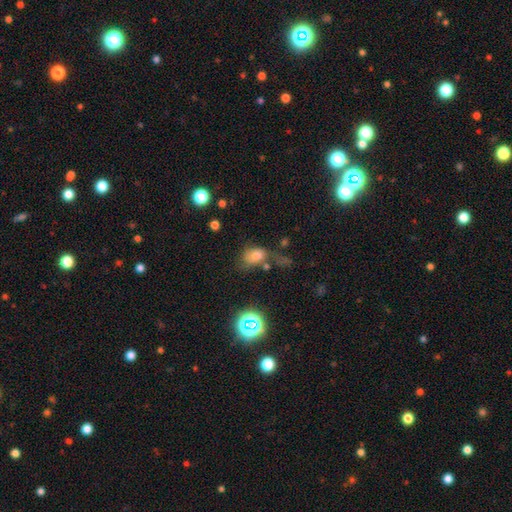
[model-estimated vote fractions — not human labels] A smooth galaxy with no disk features (69%) that is in between round and cigar-shaped (77%).

Vote fractions:
- Smooth or featured? smooth: 69% / star or artifact: 17% / featured or disk: 14%
- How rounded? in between: 77% / round: 22% / cigar-shaped: 2%
- Merging? none: 39% / minor disturbance: 23% / major disturbance: 20% / merger: 18%